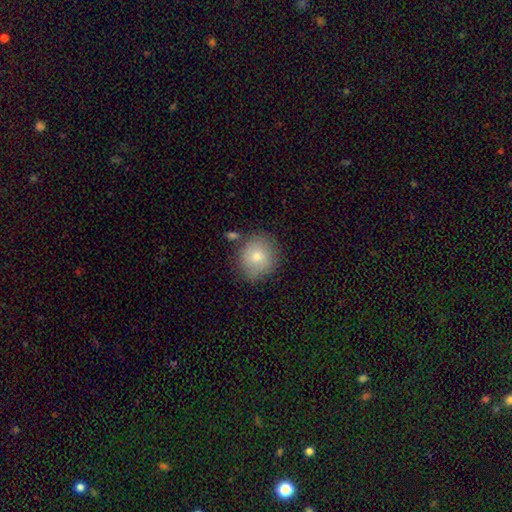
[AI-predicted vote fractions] smooth 77%, featured or disk 14%, star or artifact 10%. Down the decision tree: how rounded — round (87%); merging — none (78%).